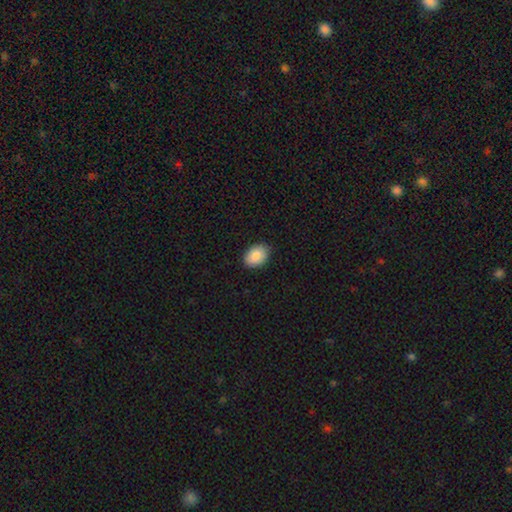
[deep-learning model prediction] Overall: smooth (87%). How rounded: in between (77%). Merging: none (86%).